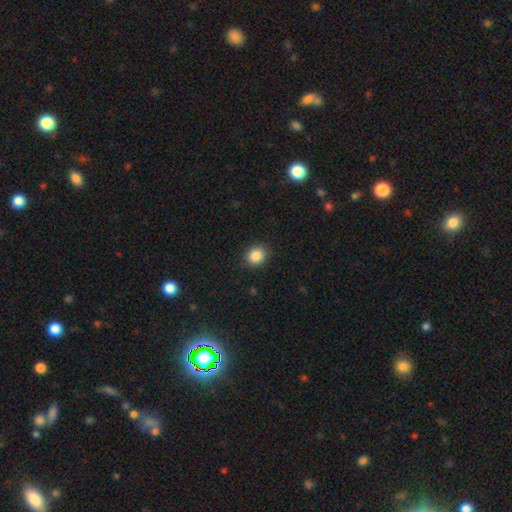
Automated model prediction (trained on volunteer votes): This is clearly a smooth galaxy (87%). How rounded: likely round (73%). Merging: clearly none (89%).